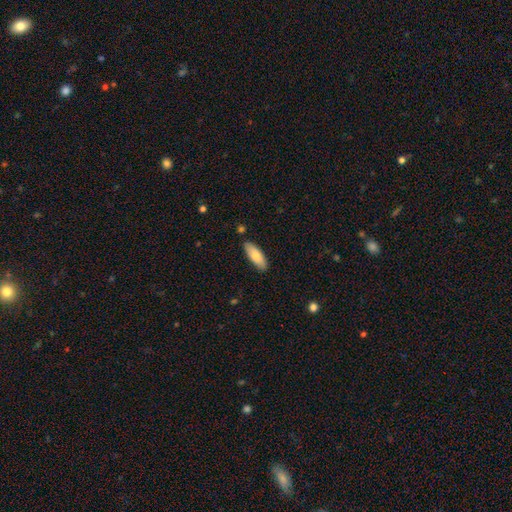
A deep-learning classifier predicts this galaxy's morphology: Smooth or featured: smooth — 78% (featured or disk — 16%)
How rounded: in between — 70% (cigar-shaped — 28%)
Merging: none — 85% (minor disturbance — 11%)